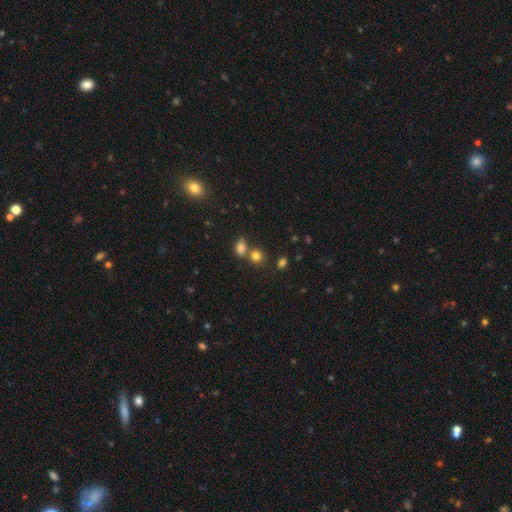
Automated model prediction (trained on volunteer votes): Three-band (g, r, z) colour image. It shows a smooth galaxy with no disk features (80%) that is round (68%). Merging: none (56%).